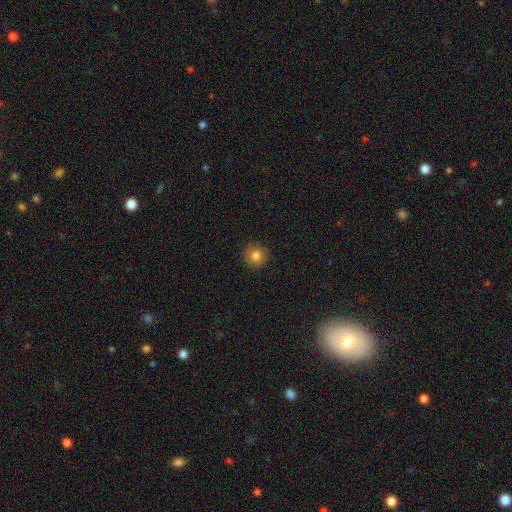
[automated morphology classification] This is clearly a smooth galaxy (82%). How rounded: clearly round (94%). Merging: clearly none (92%).